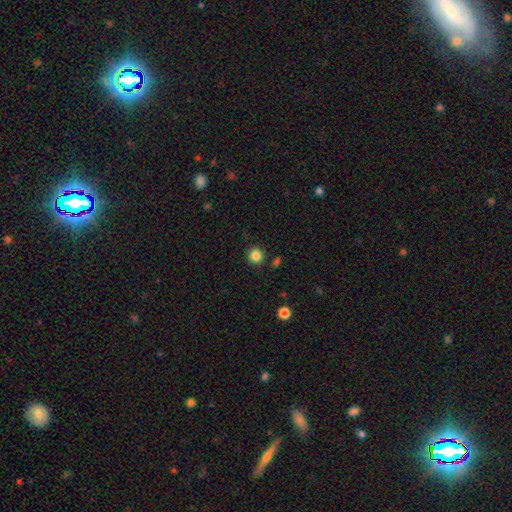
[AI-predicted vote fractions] This appears to be a smooth galaxy with no disk features (85%) that is round (93%). Merging: none (88%).